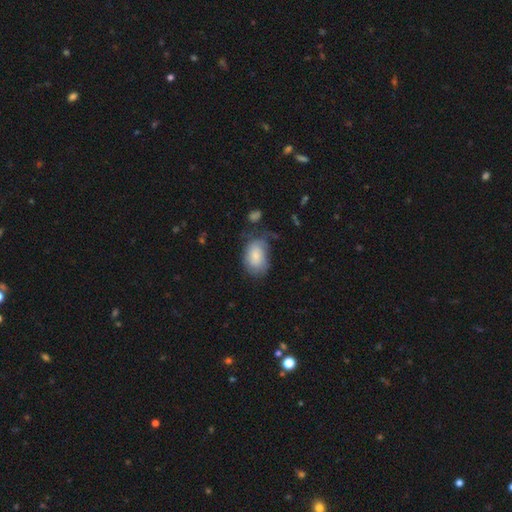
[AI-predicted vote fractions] Smooth or featured? smooth (65%)
How rounded? in between (83%)
Merging? none (43%)